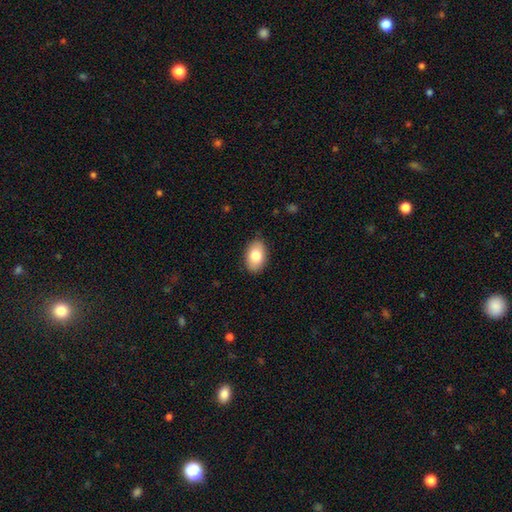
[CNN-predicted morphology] Q: Smooth or featured?
A: smooth (81%); runner-up: featured or disk (12%)
Q: How rounded?
A: in between (90%); runner-up: round (9%)
Q: Merging?
A: none (87%); runner-up: minor disturbance (10%)